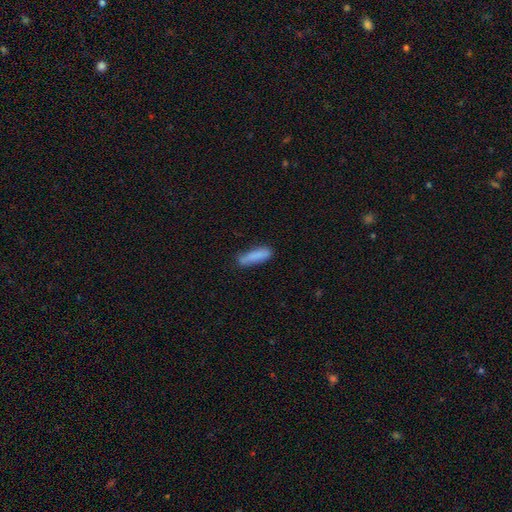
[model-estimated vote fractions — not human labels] Q: Smooth or featured?
A: smooth (85%); runner-up: featured or disk (9%)
Q: How rounded?
A: cigar-shaped (75%); runner-up: in between (24%)
Q: Merging?
A: none (75%); runner-up: minor disturbance (19%)